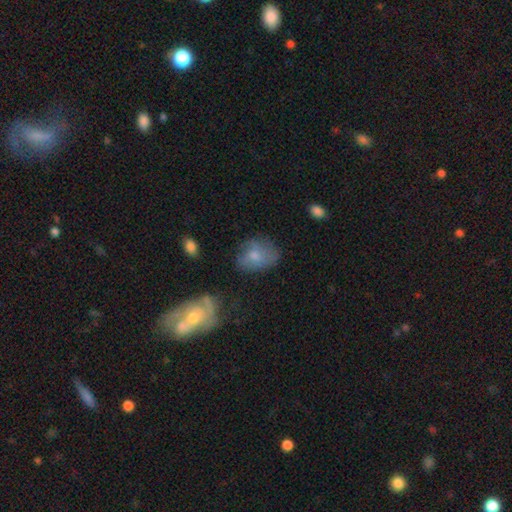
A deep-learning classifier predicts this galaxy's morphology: This is possibly a smooth galaxy (59%). How rounded: likely in between (71%). Merging: possibly none (54%).